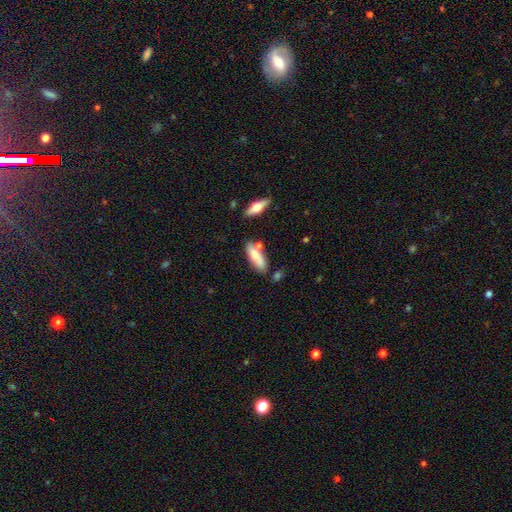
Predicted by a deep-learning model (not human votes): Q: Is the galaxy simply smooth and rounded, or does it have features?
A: smooth — 73%.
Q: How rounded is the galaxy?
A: in between — 54%.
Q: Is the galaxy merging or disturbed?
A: none — 62%.